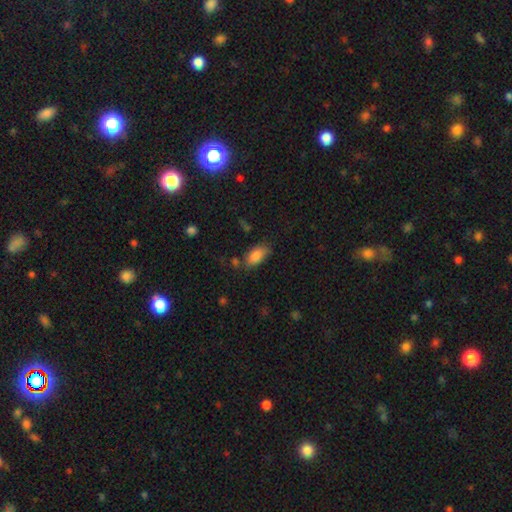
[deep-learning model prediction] Smooth or featured? Predicted: smooth (p=0.84). How rounded? Predicted: in between (p=0.90). Merging? Predicted: none (p=0.61).